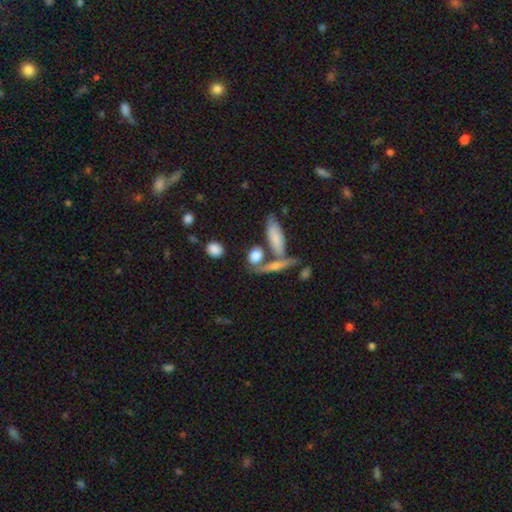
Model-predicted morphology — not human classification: The model was most divided on "how rounded": in between: 47%, round: 32%, cigar-shaped: 20%. More confident: smooth or featured — smooth (70%); merging — none (54%).